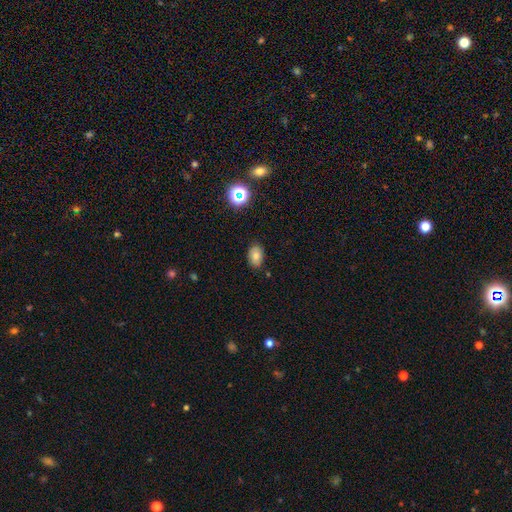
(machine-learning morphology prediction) The model was most divided on "smooth or featured": smooth: 77%, star or artifact: 13%, featured or disk: 10%. More confident: merging — none (84%); how rounded — in between (83%).